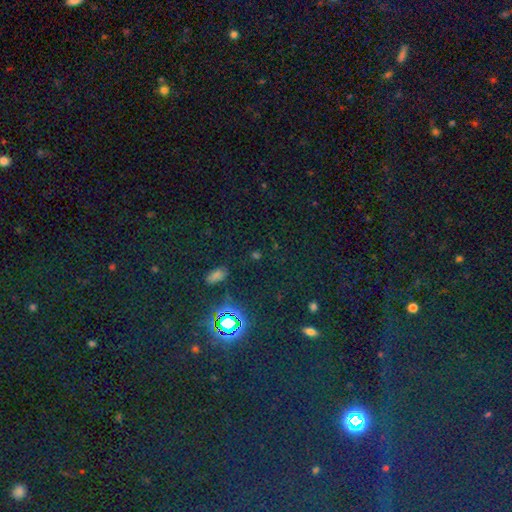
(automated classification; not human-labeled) A star or artifact, not a galaxy (59%).